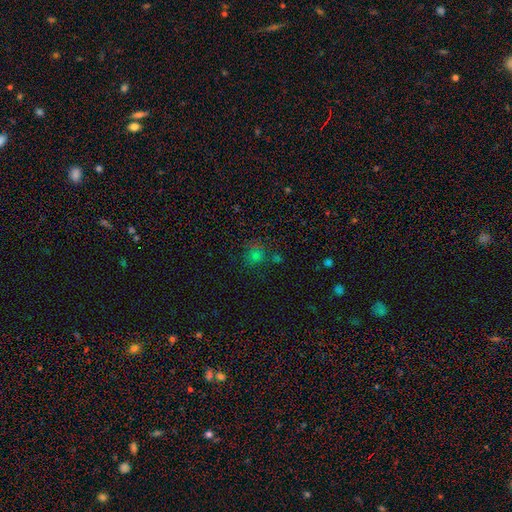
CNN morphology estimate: Q: Smooth or featured?
A: smooth (57%); runner-up: star or artifact (32%)
Q: How rounded?
A: round (82%); runner-up: in between (17%)
Q: Merging?
A: none (64%); runner-up: minor disturbance (16%)